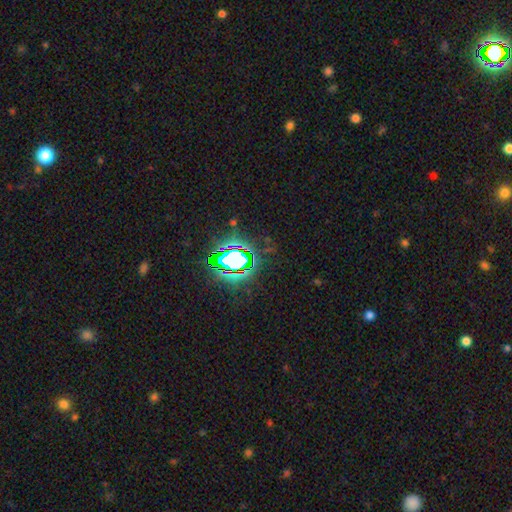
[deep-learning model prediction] Morphology: type=star or artifact (82%).